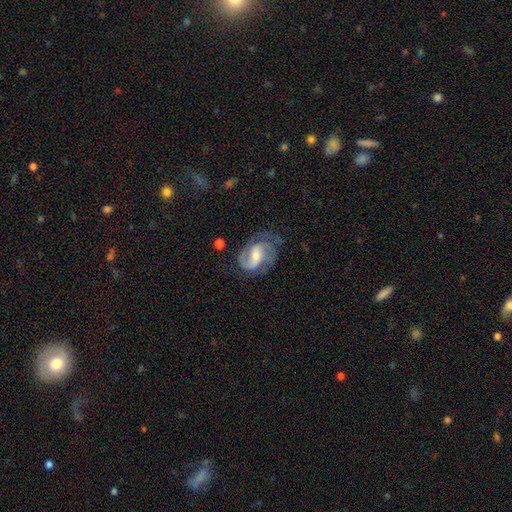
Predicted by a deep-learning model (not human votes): This appears to be a featured or disk galaxy (85%) with a weak bar (45%), 2 (74%) medium (50%) spiral arms (96%) and a moderate central bulge (50%). Merging: none (60%).